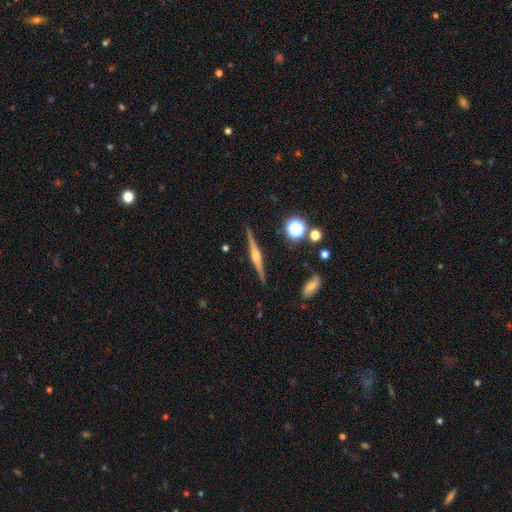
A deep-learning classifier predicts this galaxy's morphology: Smooth or featured? Predicted: featured or disk (p=0.82). Edge-on disk? Predicted: yes (p=0.98). Edge-on bulge? Predicted: rounded (p=0.81). Merging? Predicted: none (p=0.90).